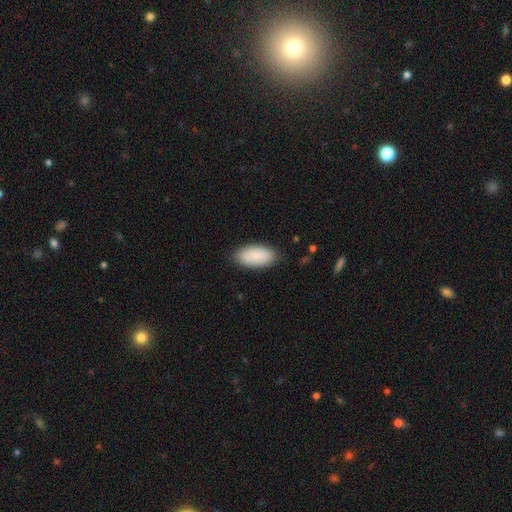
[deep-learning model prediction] A smooth galaxy with no disk features (88%) that is in between round and cigar-shaped (94%). Merging: none (86%).